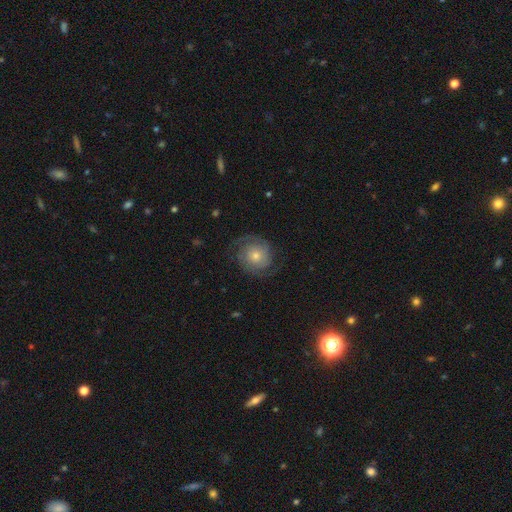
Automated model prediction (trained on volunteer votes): featured or disk 75%, smooth 16%, star or artifact 8%. Down the decision tree: edge-on disk — no (98%); bar — no (79%); spiral arms — yes (95%); spiral arm count — 2 (80%); spiral winding — tight (52%); bulge size — moderate (49%); merging — none (77%).